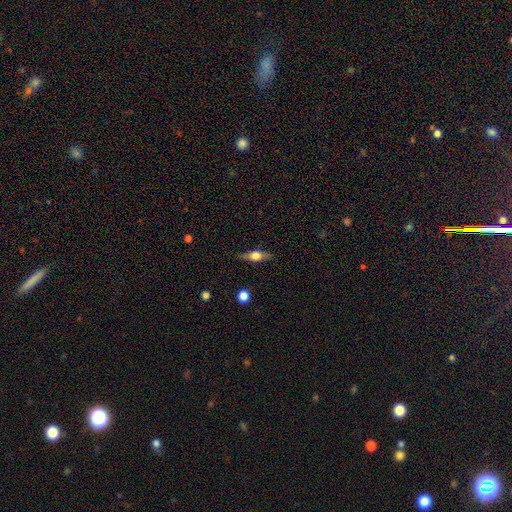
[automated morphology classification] The model was most divided on "smooth or featured": smooth: 47%, featured or disk: 46%, star or artifact: 7%. More confident: merging — none (82%).